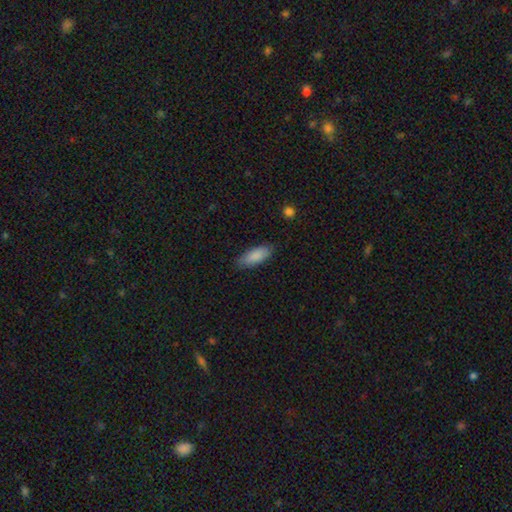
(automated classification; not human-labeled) smooth-or-featured: smooth: 87% | featured or disk: 7% | star or artifact: 6%
  how-rounded: in between: 76% | cigar-shaped: 23% | round: 2%
  merging: none: 83% | minor disturbance: 13% | major disturbance: 3% | merger: 1%